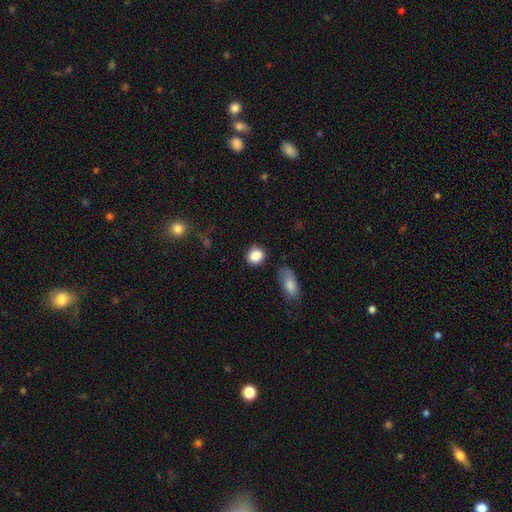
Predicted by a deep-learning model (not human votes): smooth 86%, star or artifact 9%, featured or disk 5%. Down the decision tree: how rounded — round (70%); merging — none (80%).